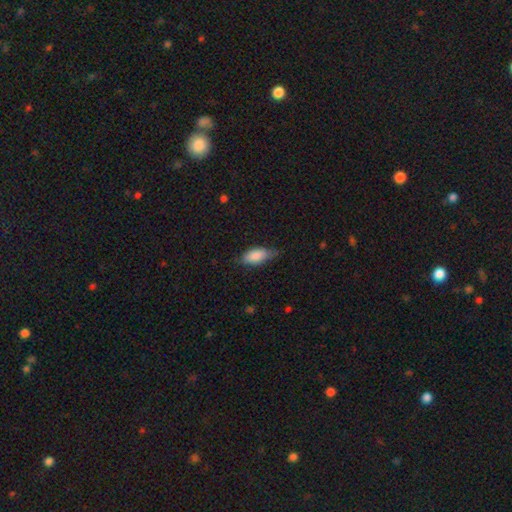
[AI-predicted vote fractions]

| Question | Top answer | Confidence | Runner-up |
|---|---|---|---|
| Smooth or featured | smooth | 84% | featured or disk (10%) |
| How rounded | in between | 86% | cigar-shaped (12%) |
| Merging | none | 60% | minor disturbance (33%) |